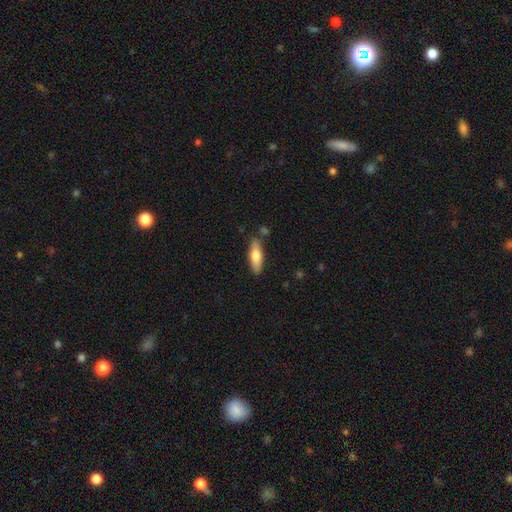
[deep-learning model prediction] Smooth or featured: smooth — 70% (featured or disk — 24%)
How rounded: cigar-shaped — 51% (in between — 47%)
Merging: none — 80% (minor disturbance — 13%)